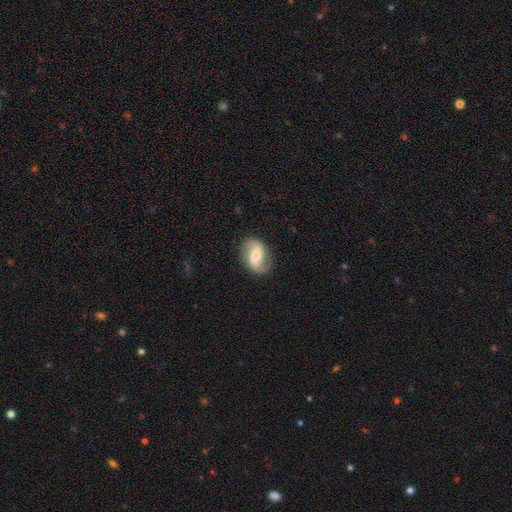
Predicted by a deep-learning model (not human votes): smooth_or_featured: featured or disk (p=0.72) [alt: smooth p=0.22]
disk_edge_on: no (p=0.97) [alt: yes p=0.03]
bar: weak (p=0.42) [alt: strong p=0.33]
has_spiral_arms: yes (p=0.91) [alt: no p=0.09]
spiral_winding: loose (p=0.50) [alt: medium p=0.36]
spiral_arm_count: 2 (p=0.91) [alt: can't tell p=0.04]
bulge_size: moderate (p=0.49) [alt: small p=0.31]
merging: none (p=0.83) [alt: minor disturbance p=0.12]